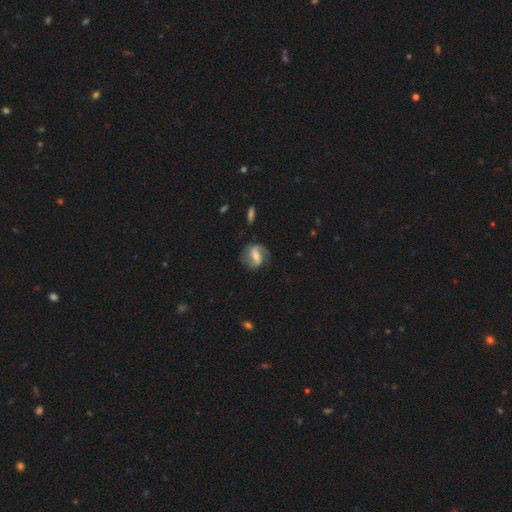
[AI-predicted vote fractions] Smooth or featured: featured or disk — 74% (smooth — 19%)
Edge-on disk: no — 95% (yes — 5%)
Bar: strong — 45% (weak — 37%)
Spiral arms: yes — 90% (no — 10%)
Spiral winding: loose — 47% (medium — 37%)
Spiral arm count: 2 — 86% (can't tell — 6%)
Bulge size: small — 44% (moderate — 43%)
Merging: none — 73% (minor disturbance — 17%)